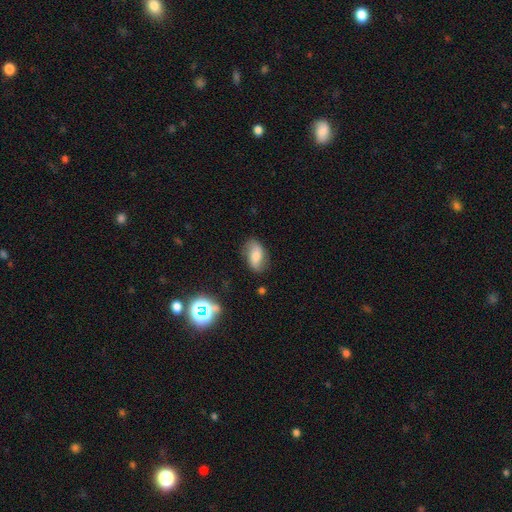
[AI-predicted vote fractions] Smooth or featured?
  - smooth: 61% *
  - featured or disk: 29%
  - star or artifact: 10%
How rounded?
  - in between: 89% *
  - round: 7%
  - cigar-shaped: 5%
Merging?
  - none: 76% *
  - minor disturbance: 18%
  - major disturbance: 5%
  - merger: 2%